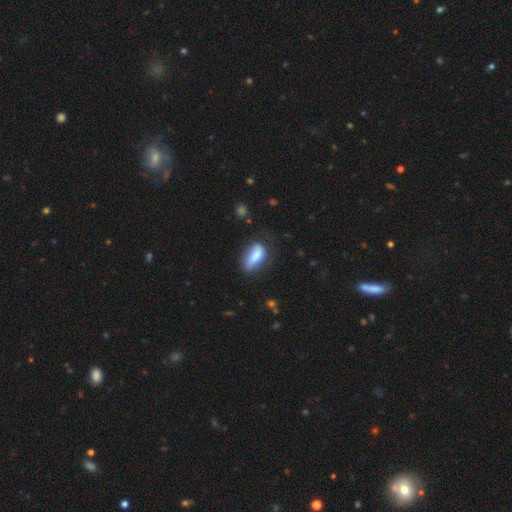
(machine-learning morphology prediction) This is likely a smooth galaxy (76%). How rounded: clearly in between (82%). Merging: possibly none (51%).